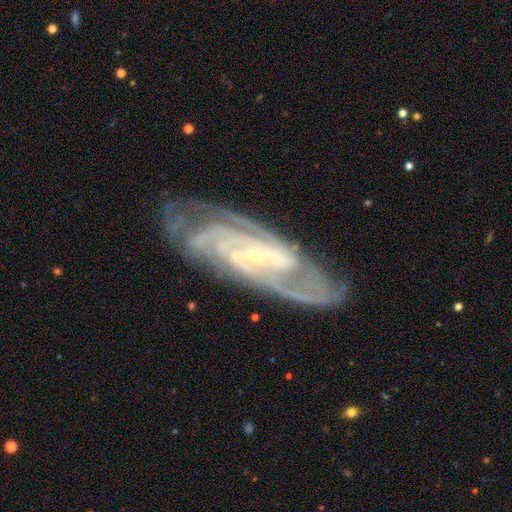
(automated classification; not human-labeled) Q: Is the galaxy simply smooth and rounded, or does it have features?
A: featured or disk — 90%.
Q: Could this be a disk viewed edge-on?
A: no — 92%.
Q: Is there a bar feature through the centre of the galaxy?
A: weak — 37%.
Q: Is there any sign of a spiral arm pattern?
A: yes — 98%.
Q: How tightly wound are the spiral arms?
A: tight — 55%.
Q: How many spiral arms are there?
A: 2 — 27%.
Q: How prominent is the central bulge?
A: small — 84%.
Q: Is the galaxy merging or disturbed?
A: none — 75%.